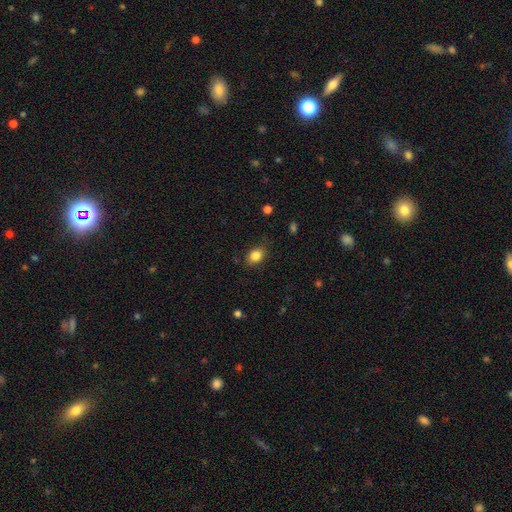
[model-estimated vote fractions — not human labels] The model was most divided on "how rounded": in between: 69%, round: 29%, cigar-shaped: 1%. More confident: smooth or featured — smooth (84%); merging — none (83%).